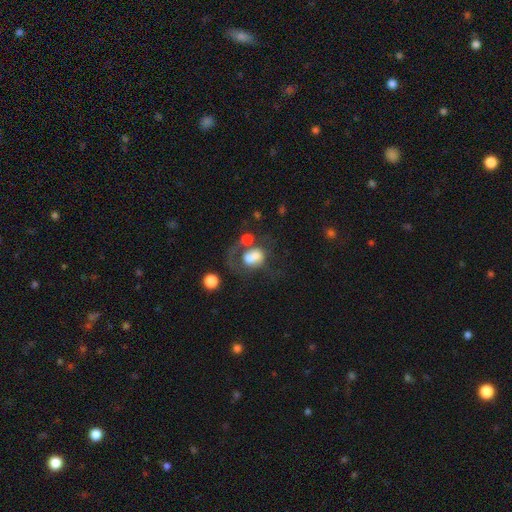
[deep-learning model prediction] Overall: smooth (49%; featured or disk 40%). Merging: merger (51%; major disturbance 23%).